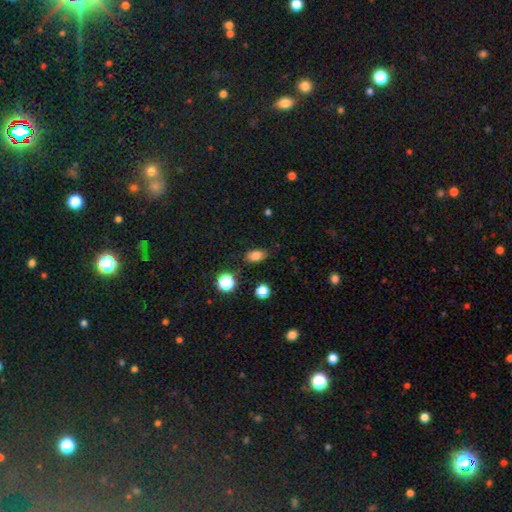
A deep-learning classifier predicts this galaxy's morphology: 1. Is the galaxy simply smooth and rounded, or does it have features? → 80% smooth, 13% star or artifact, 7% featured or disk.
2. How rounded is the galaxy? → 83% in between, 15% round, 2% cigar-shaped.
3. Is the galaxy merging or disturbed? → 81% none, 13% minor disturbance, 3% major disturbance, 2% merger.